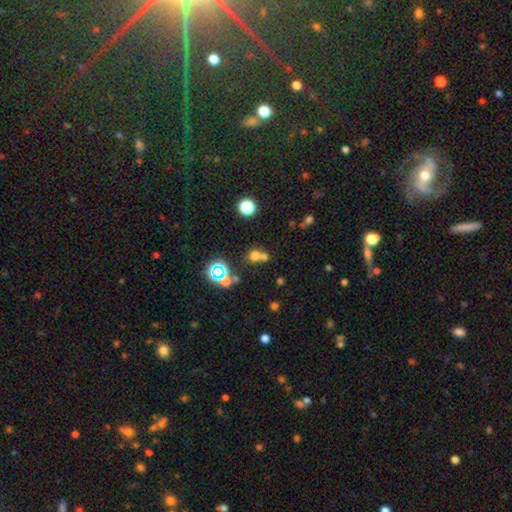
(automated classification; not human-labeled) smooth-or-featured: smooth: 62% | star or artifact: 26% | featured or disk: 12%
  how-rounded: round: 72% | in between: 26% | cigar-shaped: 2%
  merging: merger: 47% | none: 39% | minor disturbance: 9% | major disturbance: 5%